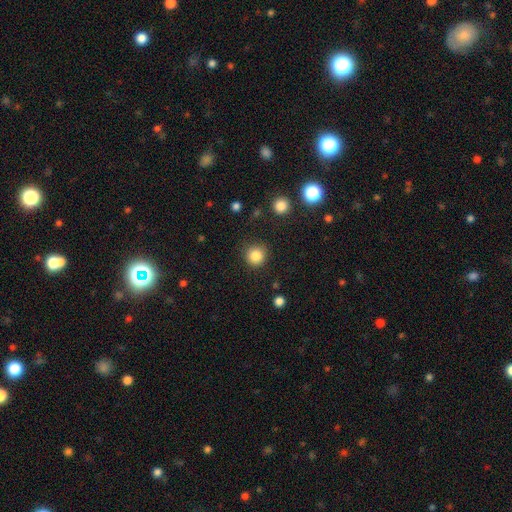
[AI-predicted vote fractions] This is clearly a smooth galaxy (85%). How rounded: clearly round (93%). Merging: clearly none (87%).